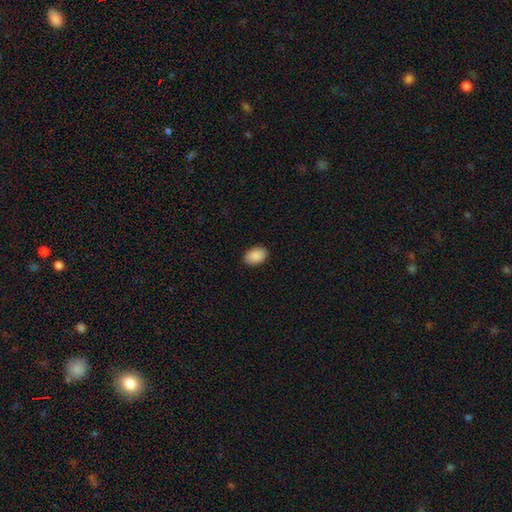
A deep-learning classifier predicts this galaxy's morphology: smooth_or_featured: smooth (p=0.91) [alt: star or artifact p=0.07]
how_rounded: in between (p=0.88) [alt: round p=0.11]
merging: none (p=0.89) [alt: minor disturbance p=0.08]